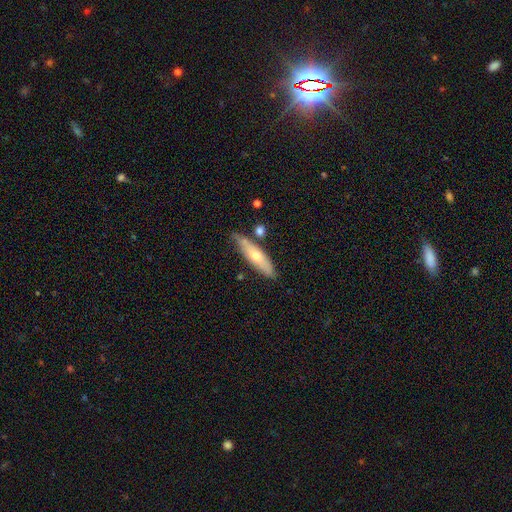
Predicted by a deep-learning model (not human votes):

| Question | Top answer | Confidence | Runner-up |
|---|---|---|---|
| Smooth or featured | smooth | 52% | featured or disk (42%) |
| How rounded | cigar-shaped | 70% | in between (28%) |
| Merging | none | 73% | minor disturbance (16%) |